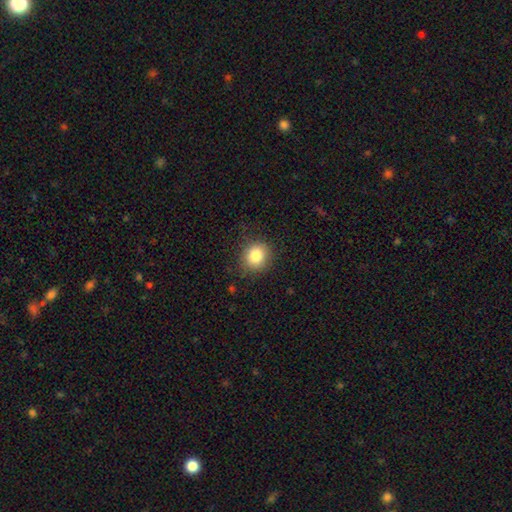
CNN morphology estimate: A smooth galaxy with no disk features (83%) that is round (81%).

Vote fractions:
- Smooth or featured? smooth: 83% / star or artifact: 10% / featured or disk: 6%
- How rounded? round: 81% / in between: 18% / cigar-shaped: 1%
- Merging? none: 84% / minor disturbance: 11% / major disturbance: 3% / merger: 1%